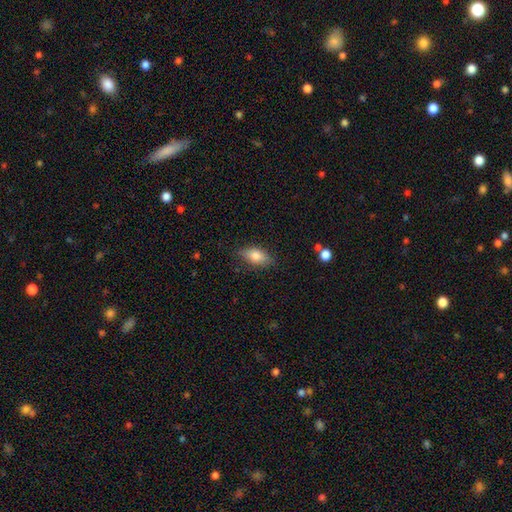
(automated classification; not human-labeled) A smooth galaxy with no disk features (75%) that is in between round and cigar-shaped (84%).

Vote fractions:
- Smooth or featured? smooth: 75% / featured or disk: 17% / star or artifact: 8%
- How rounded? in between: 84% / cigar-shaped: 11% / round: 5%
- Merging? none: 80% / minor disturbance: 15% / major disturbance: 3% / merger: 1%